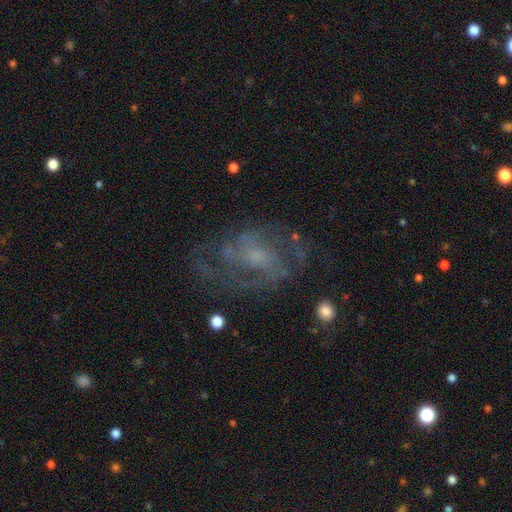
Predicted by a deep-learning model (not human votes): A featured or disk galaxy (76%) with no bar (62%), 2 (45%) medium (47%) spiral arms (79%) and a small central bulge (44%).

Vote fractions:
- Smooth or featured? featured or disk: 76% / smooth: 14% / star or artifact: 11%
- Edge-on disk? no: 97% / yes: 3%
- Bar? no: 62% / weak: 32% / strong: 6%
- Spiral arms? yes: 79% / no: 21%
- Spiral winding? medium: 47% / tight: 30% / loose: 23%
- Spiral arm count? 2: 45% / can't tell: 32% / 3: 11% / 1: 5% / 4: 4% / more than 4: 4%
- Bulge size? small: 44% / moderate: 27% / none: 23% / large: 4% / dominant: 1%
- Merging? none: 62% / minor disturbance: 18% / major disturbance: 18% / merger: 2%